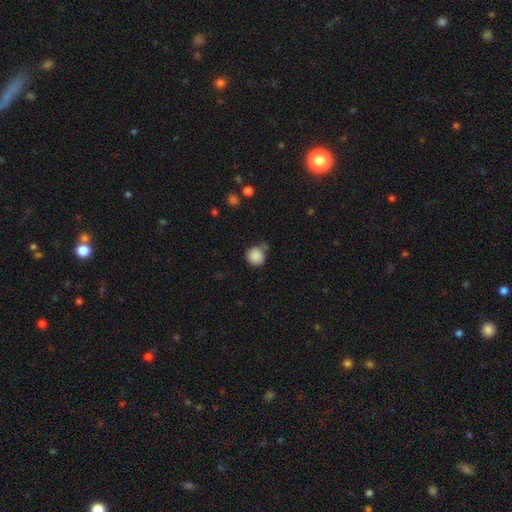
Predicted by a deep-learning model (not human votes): Smooth or featured?
  - smooth: 87% *
  - star or artifact: 9%
  - featured or disk: 4%
How rounded?
  - round: 91% *
  - in between: 8%
  - cigar-shaped: 1%
Merging?
  - none: 66% *
  - minor disturbance: 20%
  - merger: 8%
  - major disturbance: 5%